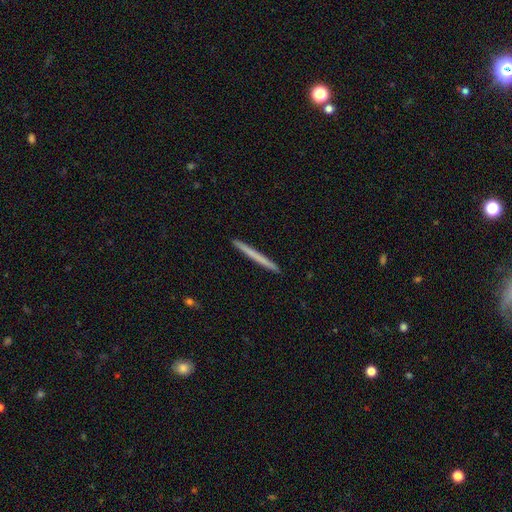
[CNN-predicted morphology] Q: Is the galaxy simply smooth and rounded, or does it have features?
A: smooth — 59%.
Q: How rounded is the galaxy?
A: cigar-shaped — 97%.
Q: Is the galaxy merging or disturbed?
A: none — 93%.